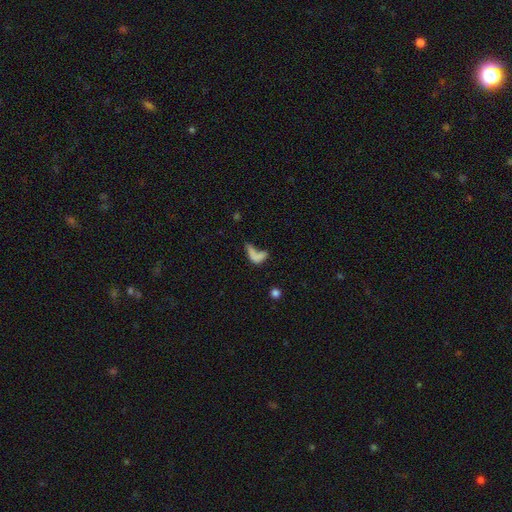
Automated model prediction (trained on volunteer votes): Q: Smooth or featured?
A: smooth (58%); runner-up: featured or disk (27%)
Q: How rounded?
A: in between (65%); runner-up: cigar-shaped (26%)
Q: Merging?
A: merger (32%); runner-up: major disturbance (30%)